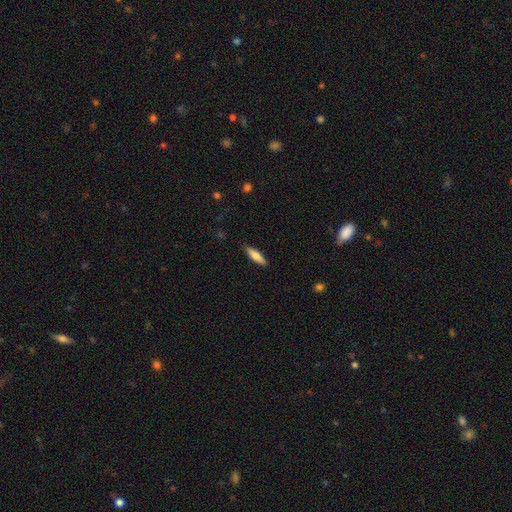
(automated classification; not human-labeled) smooth 71%, featured or disk 23%, star or artifact 6%. Down the decision tree: how rounded — cigar-shaped (68%); merging — none (88%).